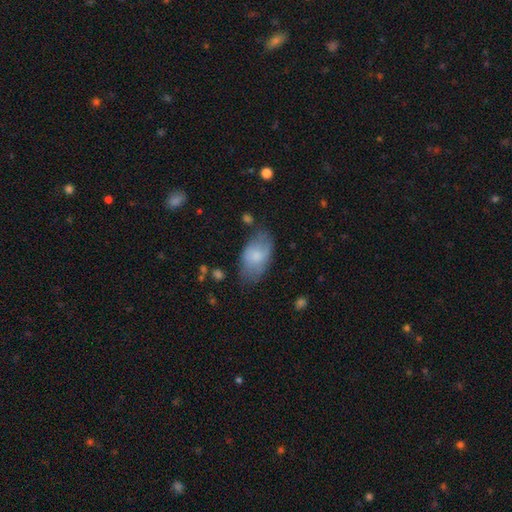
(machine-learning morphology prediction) Smooth or featured? Predicted: smooth (p=0.72). How rounded? Predicted: in between (p=0.93). Merging? Predicted: none (p=0.57).